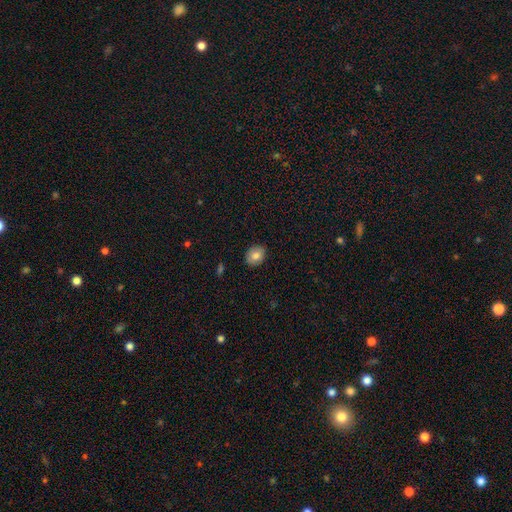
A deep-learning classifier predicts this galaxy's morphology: Overall: smooth (78%). How rounded: round (56%; in between 43%). Merging: none (87%).